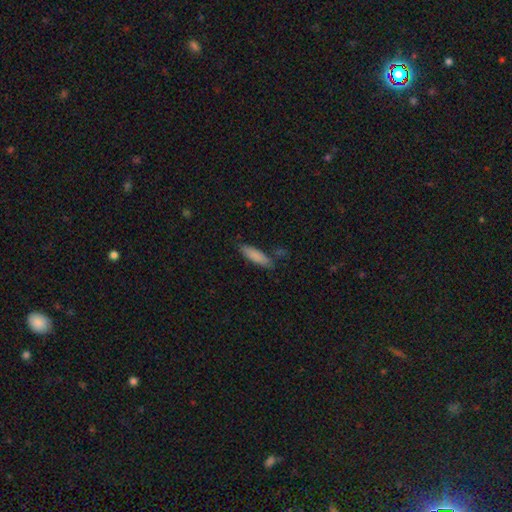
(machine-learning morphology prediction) type=smooth (84%); roundness=cigar-shaped (62%); merging=none (76%).